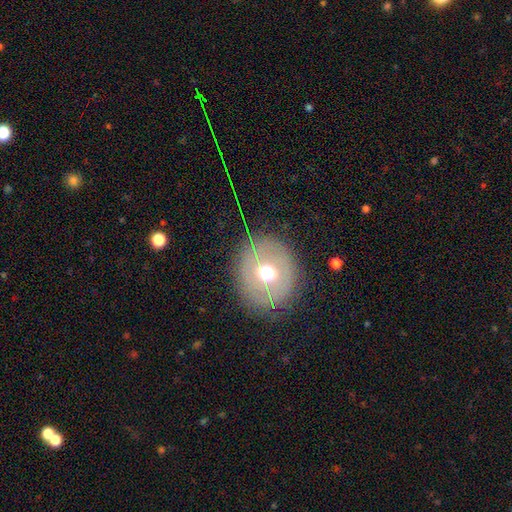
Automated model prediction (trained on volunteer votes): This is possibly a smooth galaxy (48%). Merging: clearly none (83%).